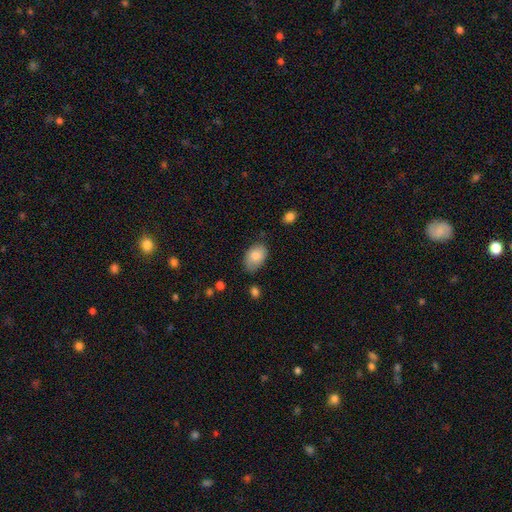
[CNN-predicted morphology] Overall: smooth (83%). How rounded: in between (88%). Merging: none (67%).